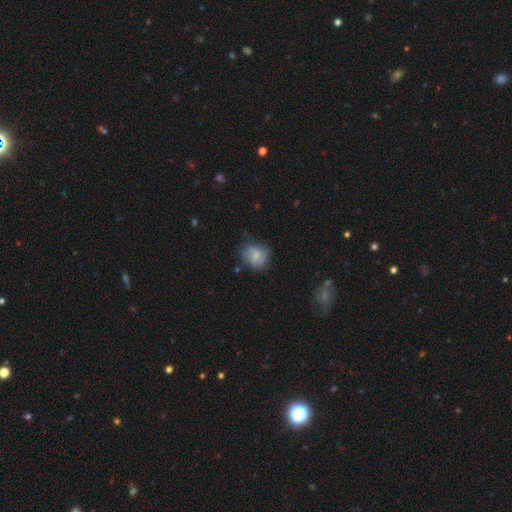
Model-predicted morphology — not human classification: This appears to be a smooth galaxy with no disk features (65%) that is round (64%). Merging: none (61%).